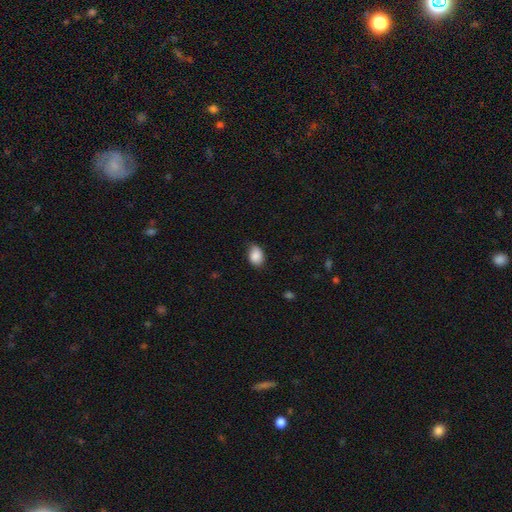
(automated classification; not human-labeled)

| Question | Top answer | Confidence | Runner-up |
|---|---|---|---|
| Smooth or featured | smooth | 88% | star or artifact (7%) |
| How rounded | in between | 79% | round (20%) |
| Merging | none | 71% | minor disturbance (24%) |